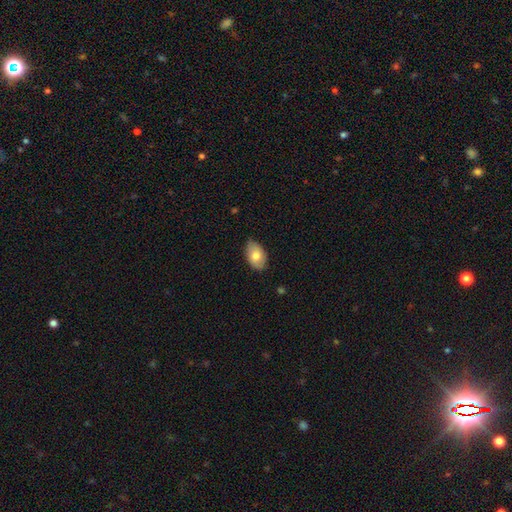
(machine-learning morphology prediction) Overall: smooth (77%). How rounded: in between (92%). Merging: none (77%).